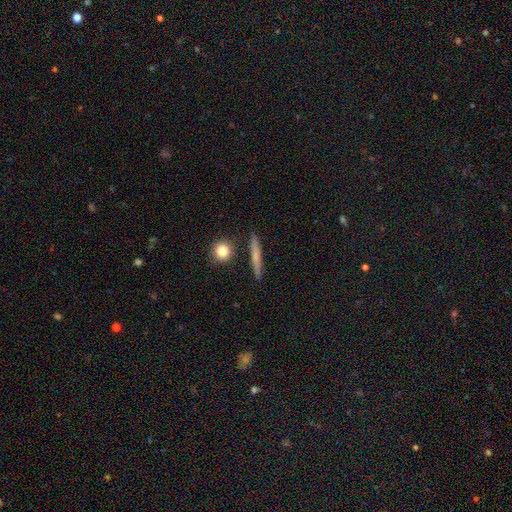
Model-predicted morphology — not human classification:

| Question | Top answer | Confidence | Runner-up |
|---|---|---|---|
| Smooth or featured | smooth | 59% | featured or disk (34%) |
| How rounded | cigar-shaped | 88% | round (7%) |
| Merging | none | 87% | minor disturbance (8%) |